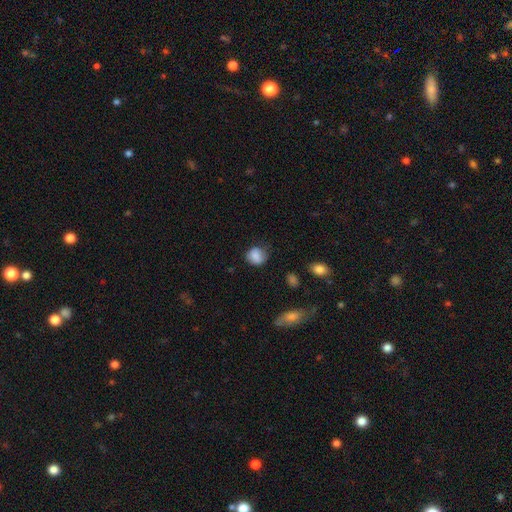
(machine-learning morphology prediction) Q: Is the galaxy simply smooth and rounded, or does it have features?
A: smooth — 82%.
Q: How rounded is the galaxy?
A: round — 72%.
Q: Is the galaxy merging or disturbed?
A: none — 64%.